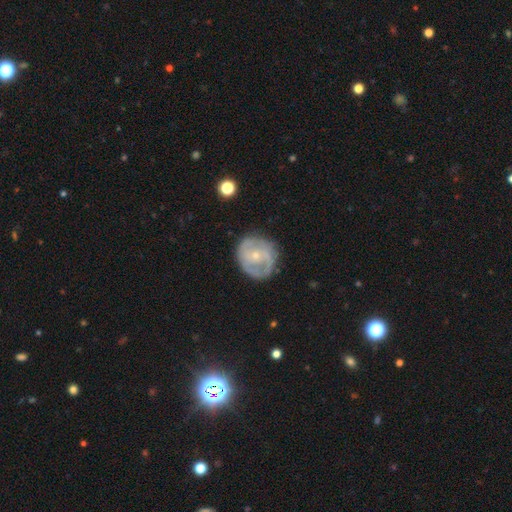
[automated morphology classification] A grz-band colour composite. It shows a featured or disk galaxy (71%) with no bar (63%), 2 (51%) tight (45%) spiral arms (80%) and a small central bulge (72%). Merging: none (73%).